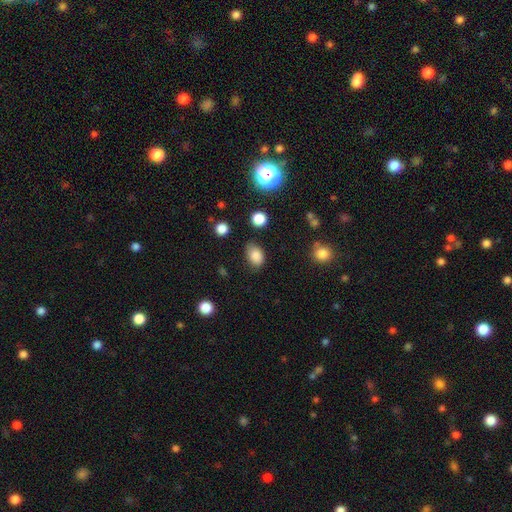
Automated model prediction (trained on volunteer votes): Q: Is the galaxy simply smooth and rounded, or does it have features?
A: smooth — 85%.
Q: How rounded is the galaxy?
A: in between — 79%.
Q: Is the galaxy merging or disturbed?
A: none — 68%.